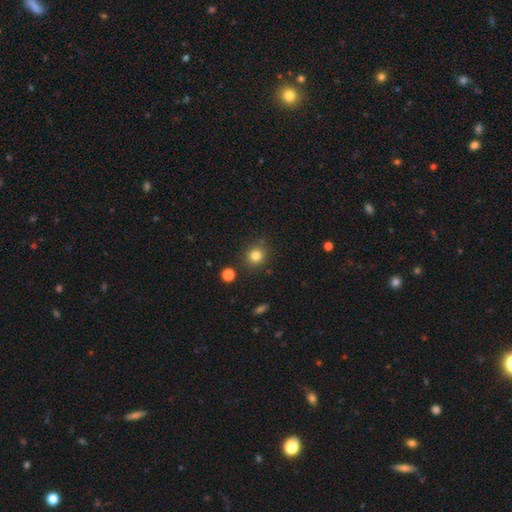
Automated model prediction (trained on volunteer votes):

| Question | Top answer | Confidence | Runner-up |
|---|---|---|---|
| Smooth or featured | smooth | 82% | star or artifact (12%) |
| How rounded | round | 87% | in between (12%) |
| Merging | none | 84% | minor disturbance (9%) |